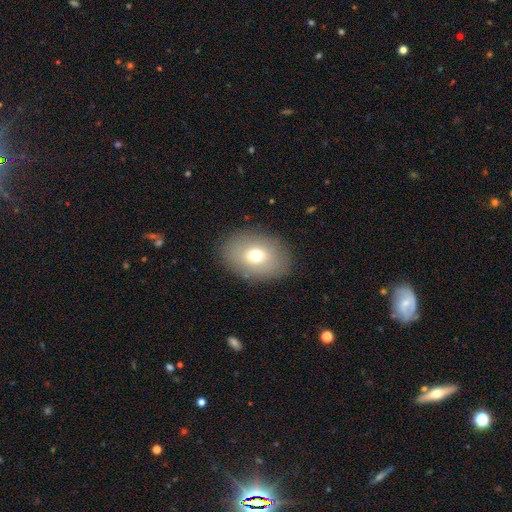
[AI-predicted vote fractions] Smooth or featured? Predicted: smooth (p=0.68). How rounded? Predicted: in between (p=0.75). Merging? Predicted: none (p=0.87).